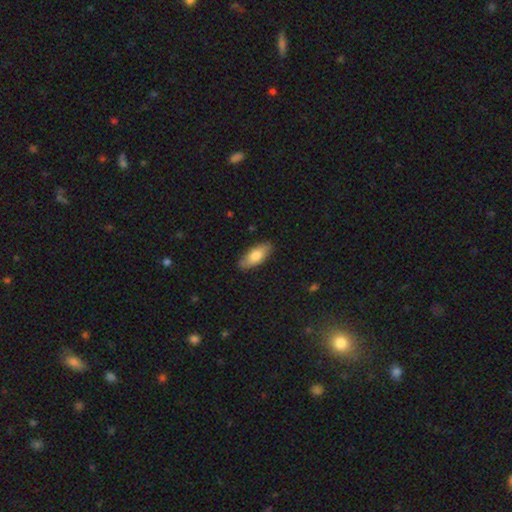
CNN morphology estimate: A smooth galaxy with no disk features (78%) that is in between round and cigar-shaped (82%). Merging: none (87%).